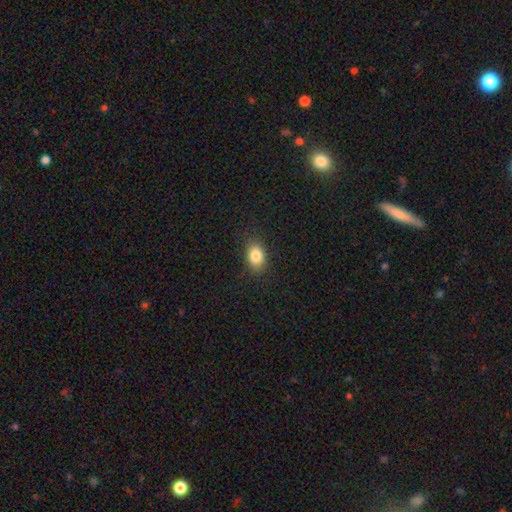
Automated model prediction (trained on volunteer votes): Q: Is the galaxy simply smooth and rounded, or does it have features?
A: smooth — 84%.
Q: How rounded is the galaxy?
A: in between — 80%.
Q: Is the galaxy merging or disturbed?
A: none — 87%.